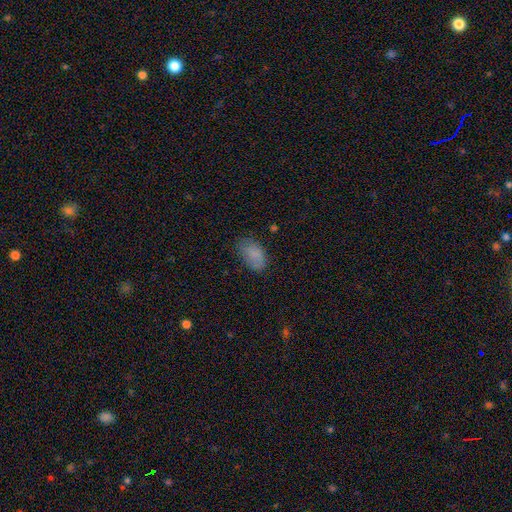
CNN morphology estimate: The model was most divided on "merging": none: 69%, minor disturbance: 23%, major disturbance: 6%, merger: 1%. More confident: how rounded — in between (93%); smooth or featured — smooth (83%).